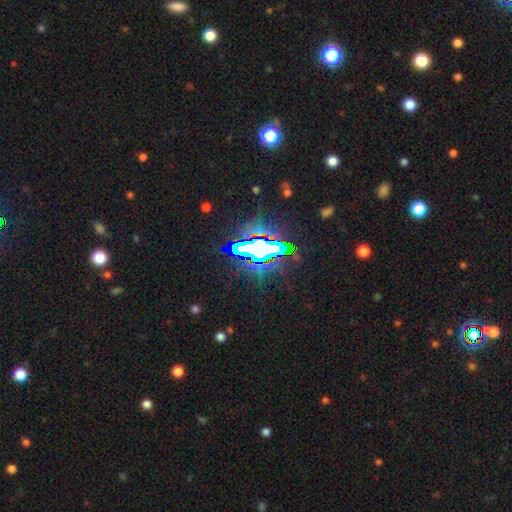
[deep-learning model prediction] Overall: star or artifact (71%).